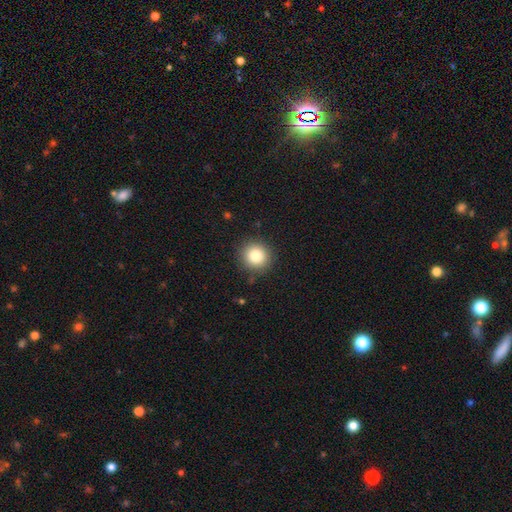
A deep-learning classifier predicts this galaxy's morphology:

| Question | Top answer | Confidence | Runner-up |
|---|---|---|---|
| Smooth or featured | smooth | 83% | star or artifact (11%) |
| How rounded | round | 92% | in between (7%) |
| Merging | none | 89% | minor disturbance (7%) |